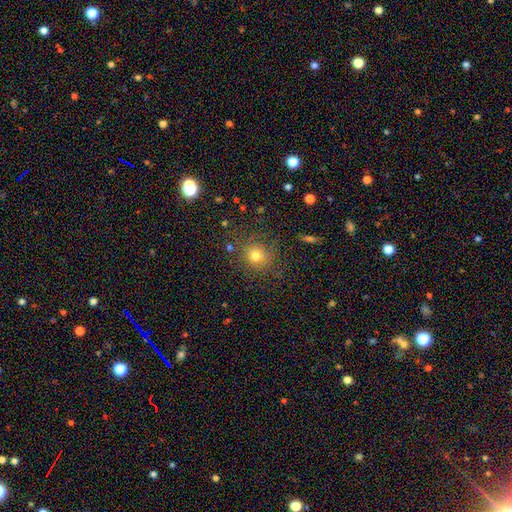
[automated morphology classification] type=smooth (75%); roundness=round (88%); merging=none (80%).